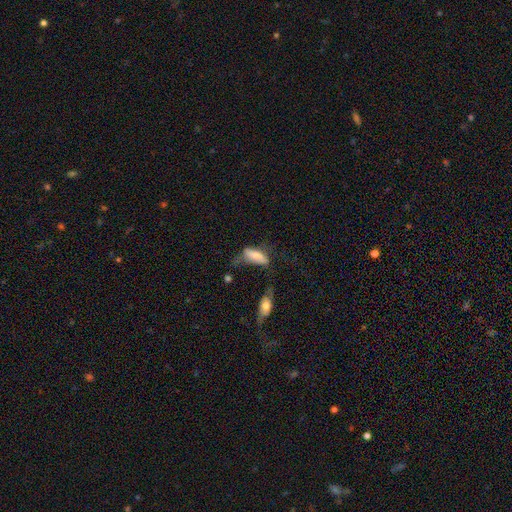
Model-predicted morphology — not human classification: Smooth or featured? smooth (70%)
How rounded? in between (74%)
Merging? major disturbance (31%)